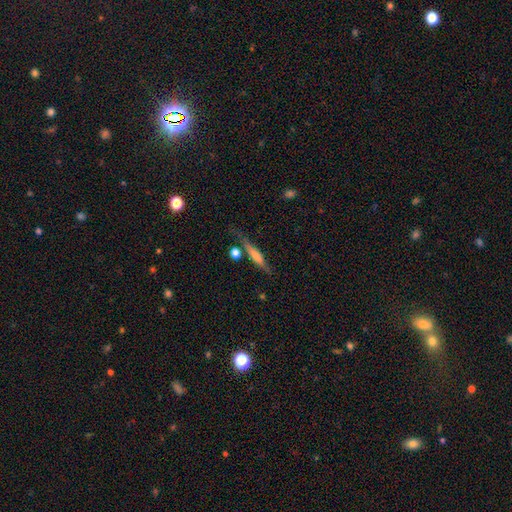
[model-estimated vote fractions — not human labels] Q: Smooth or featured?
A: featured or disk (47%); runner-up: smooth (46%)
Q: Merging?
A: none (68%); runner-up: minor disturbance (17%)